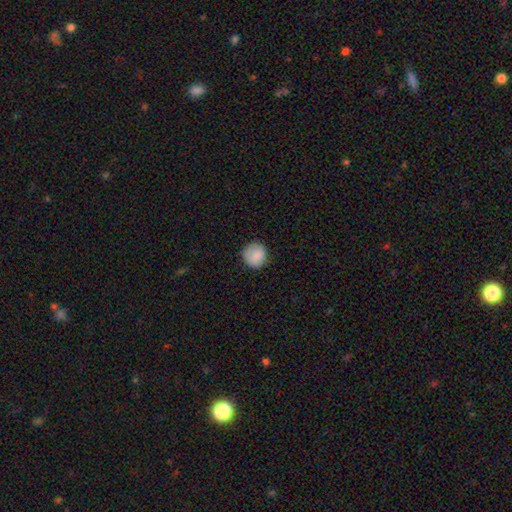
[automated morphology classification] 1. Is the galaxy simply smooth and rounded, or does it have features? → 86% smooth, 8% star or artifact, 6% featured or disk.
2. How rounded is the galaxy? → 91% round, 8% in between, 1% cigar-shaped.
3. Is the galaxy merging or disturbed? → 81% none, 15% minor disturbance, 4% major disturbance, 1% merger.